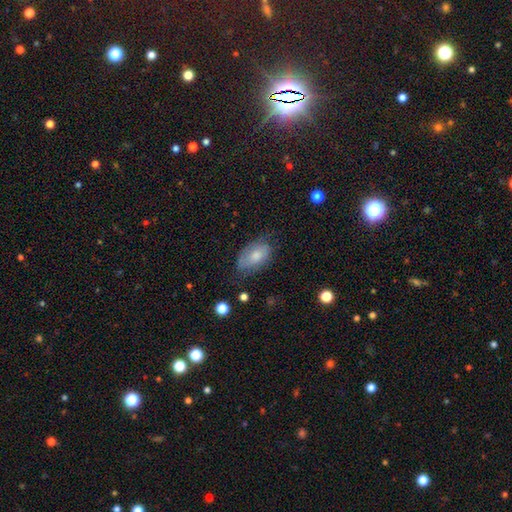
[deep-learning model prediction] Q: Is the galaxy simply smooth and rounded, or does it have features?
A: smooth — 67%.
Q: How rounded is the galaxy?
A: in between — 92%.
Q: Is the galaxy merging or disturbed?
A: none — 57%.